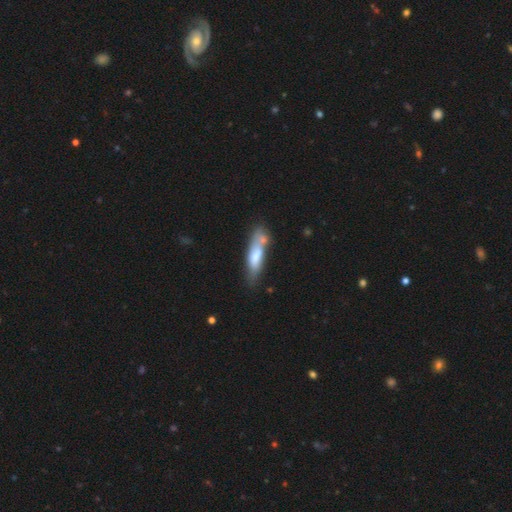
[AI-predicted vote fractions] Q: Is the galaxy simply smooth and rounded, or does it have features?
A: smooth — 65%.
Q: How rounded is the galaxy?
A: cigar-shaped — 63%.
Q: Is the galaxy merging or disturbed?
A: none — 47%.